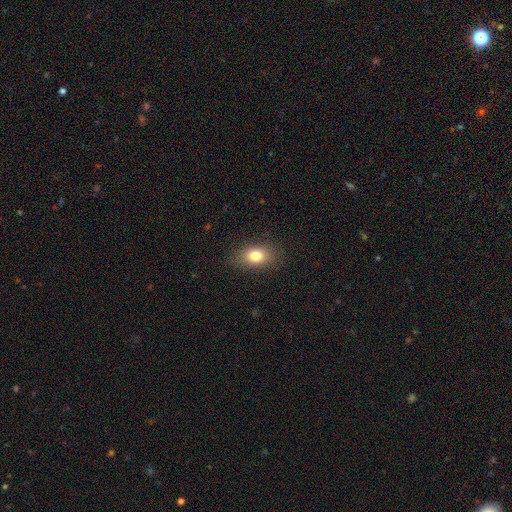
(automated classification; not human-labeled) smooth-or-featured: smooth: 80% | featured or disk: 10% | star or artifact: 10%
  how-rounded: in between: 79% | round: 19% | cigar-shaped: 3%
  merging: none: 85% | minor disturbance: 10% | major disturbance: 3% | merger: 1%